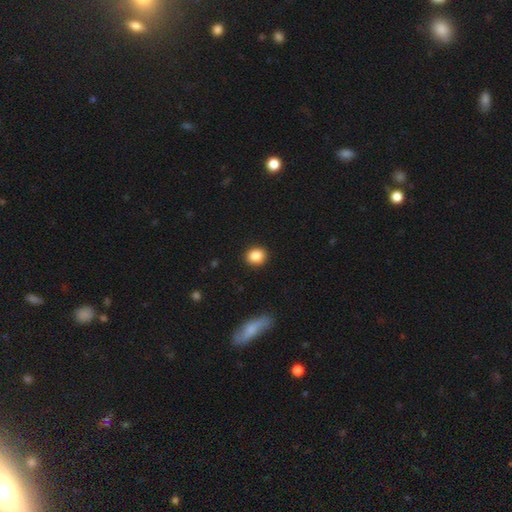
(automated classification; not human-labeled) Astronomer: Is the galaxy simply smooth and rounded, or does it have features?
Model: smooth — 87%.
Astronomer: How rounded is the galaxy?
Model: round — 75%.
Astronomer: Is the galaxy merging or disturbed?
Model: none — 91%.